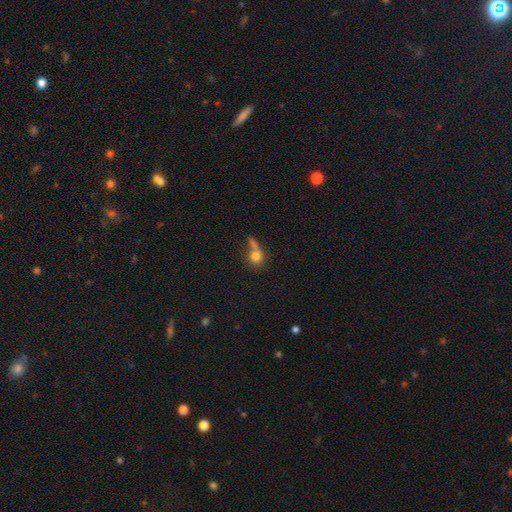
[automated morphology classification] The model was most divided on "merging": none: 38%, merger: 34%, major disturbance: 15%, minor disturbance: 13%. More confident: how rounded — round (79%); smooth or featured — smooth (76%).